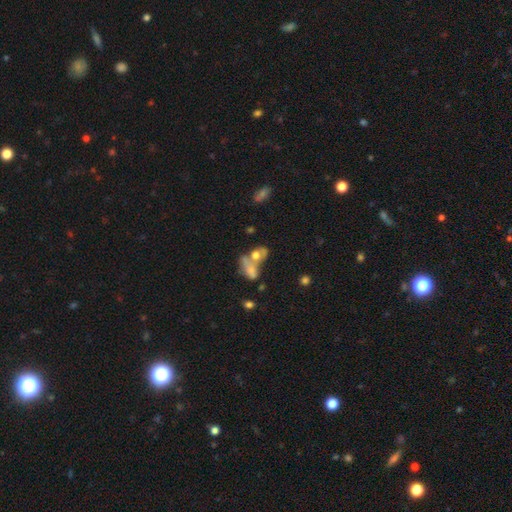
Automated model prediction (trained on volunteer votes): Q: Smooth or featured?
A: smooth (52%); runner-up: featured or disk (32%)
Q: How rounded?
A: in between (66%); runner-up: round (28%)
Q: Merging?
A: merger (55%); runner-up: none (22%)